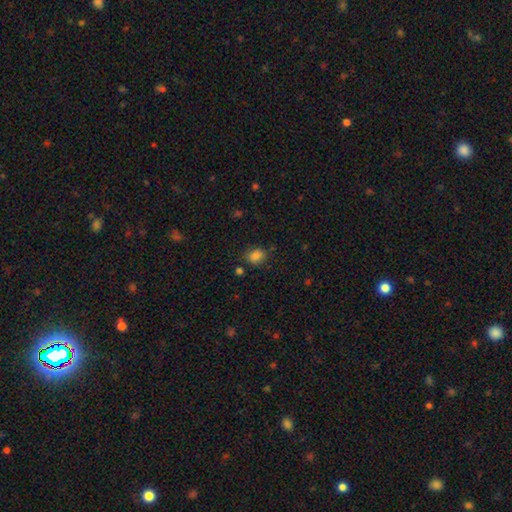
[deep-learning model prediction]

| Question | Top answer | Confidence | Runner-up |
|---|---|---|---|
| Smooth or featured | smooth | 84% | star or artifact (12%) |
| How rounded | in between | 54% | round (45%) |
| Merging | none | 74% | minor disturbance (17%) |